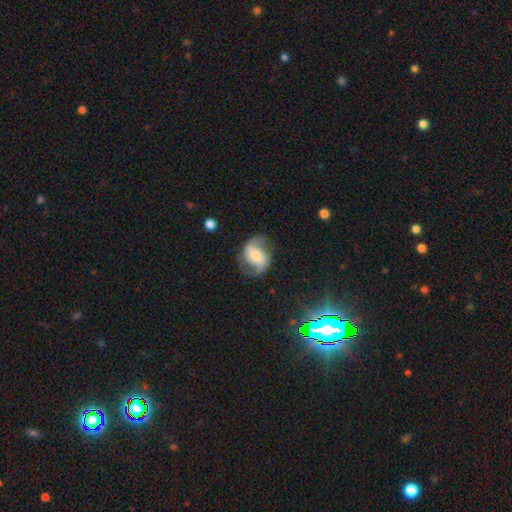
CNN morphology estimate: This is likely a featured or disk galaxy (77%). It is clearly not viewed edge-on (97%). Bar: marginally weak (41%). Spiral arm pattern: clearly yes (94%). Spiral arm count: clearly 2 (91%). Spiral winding: possibly loose (46%). Central bulge: marginally moderate (42%). Merging: likely none (72%).